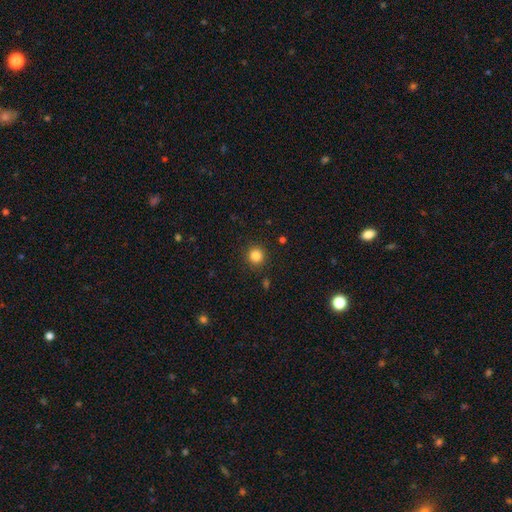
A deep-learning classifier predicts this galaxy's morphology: Smooth or featured? smooth (84%)
How rounded? round (93%)
Merging? none (90%)